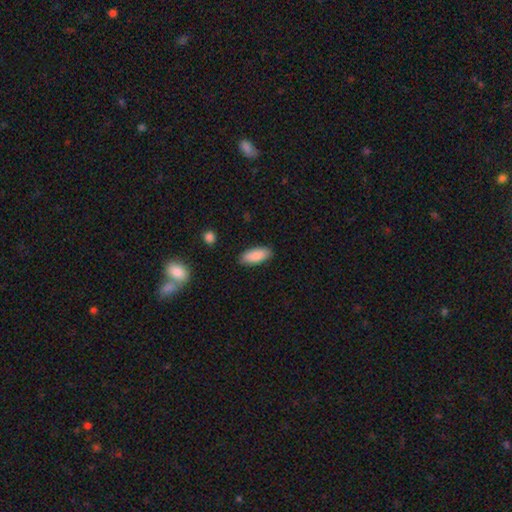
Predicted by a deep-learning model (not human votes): smooth 89%, star or artifact 6%, featured or disk 5%. Down the decision tree: how rounded — in between (84%); merging — none (86%).